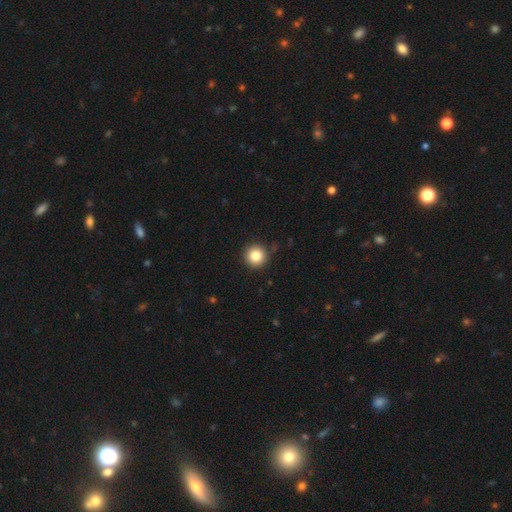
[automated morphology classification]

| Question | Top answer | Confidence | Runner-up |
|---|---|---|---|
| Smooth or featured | smooth | 84% | star or artifact (10%) |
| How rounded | round | 96% | in between (3%) |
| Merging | none | 90% | minor disturbance (6%) |